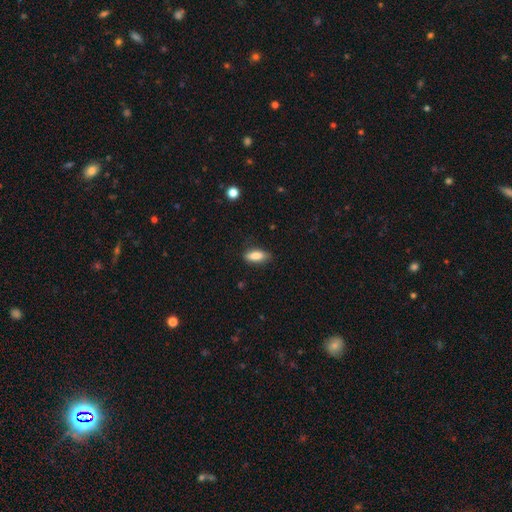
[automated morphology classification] Smooth or featured? Predicted: smooth (p=0.81). How rounded? Predicted: in between (p=0.77). Merging? Predicted: none (p=0.81).